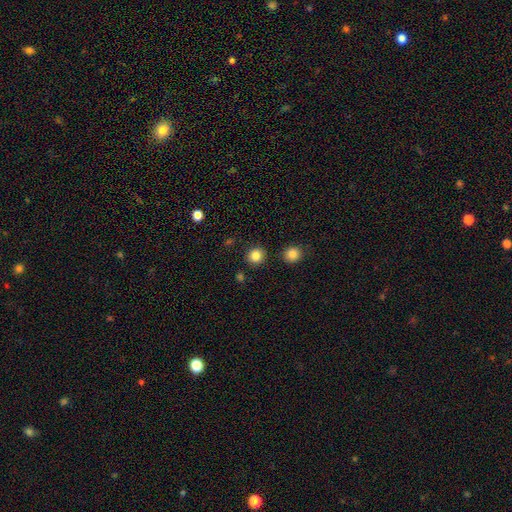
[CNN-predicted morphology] smooth-or-featured: smooth: 84% | star or artifact: 11% | featured or disk: 5%
  how-rounded: round: 91% | in between: 8% | cigar-shaped: 1%
  merging: none: 89% | minor disturbance: 6% | merger: 3% | major disturbance: 2%